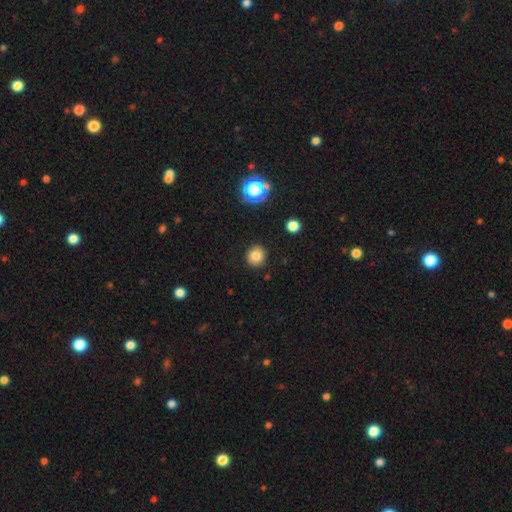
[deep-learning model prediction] This appears to be a smooth galaxy with no disk features (81%) that is round (91%). Merging: none (90%).